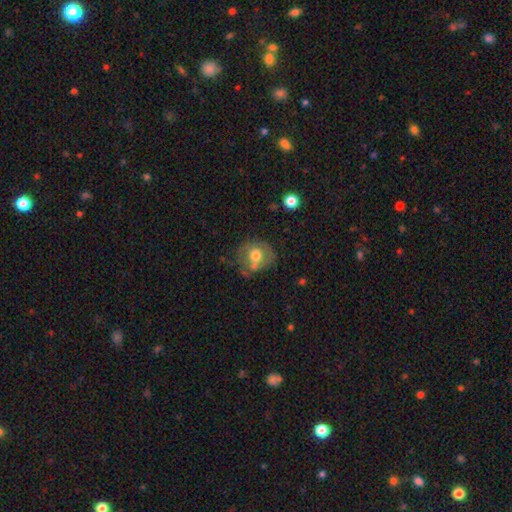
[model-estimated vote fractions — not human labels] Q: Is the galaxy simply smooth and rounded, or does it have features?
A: smooth — 50%.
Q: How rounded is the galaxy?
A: round — 72%.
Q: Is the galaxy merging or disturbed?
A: none — 51%.